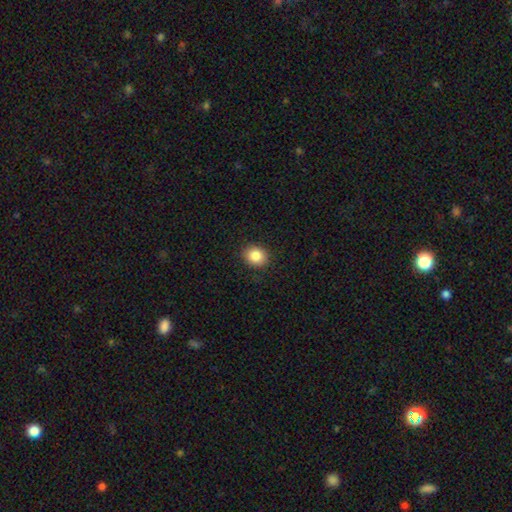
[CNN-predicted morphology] Overall: smooth (86%). How rounded: round (61%; in between 38%). Merging: none (89%).